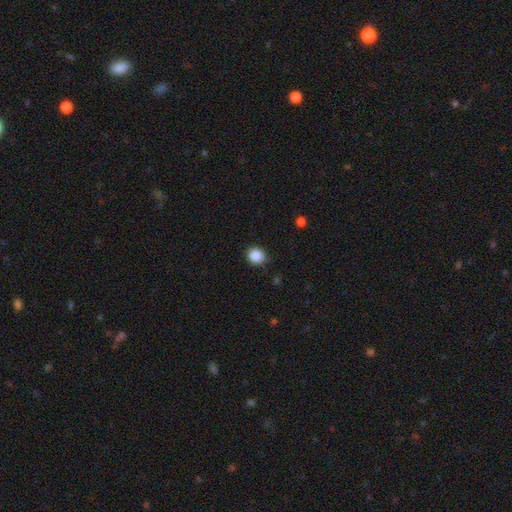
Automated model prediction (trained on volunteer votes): Smooth or featured: smooth — 88% (star or artifact — 9%)
How rounded: round — 79% (in between — 20%)
Merging: none — 85% (minor disturbance — 11%)